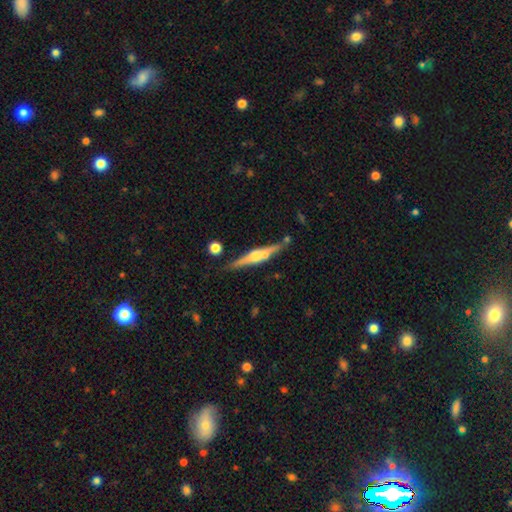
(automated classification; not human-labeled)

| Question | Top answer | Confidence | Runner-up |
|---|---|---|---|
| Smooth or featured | featured or disk | 71% | smooth (23%) |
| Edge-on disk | yes | 96% | no (4%) |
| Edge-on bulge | rounded | 85% | boxy (10%) |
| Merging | none | 76% | minor disturbance (12%) |